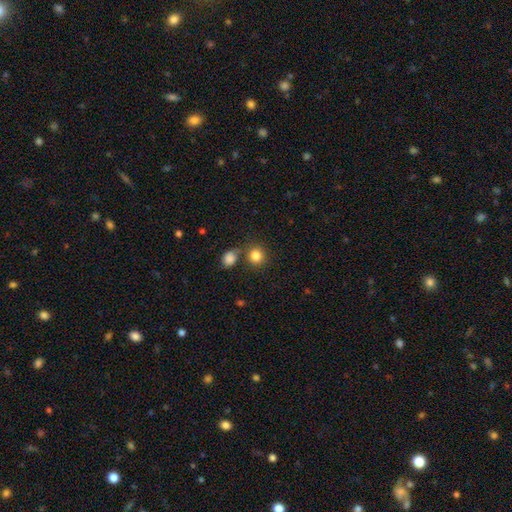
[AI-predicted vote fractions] Smooth or featured: smooth — 84% (star or artifact — 10%)
How rounded: round — 87% (in between — 12%)
Merging: none — 68% (merger — 19%)